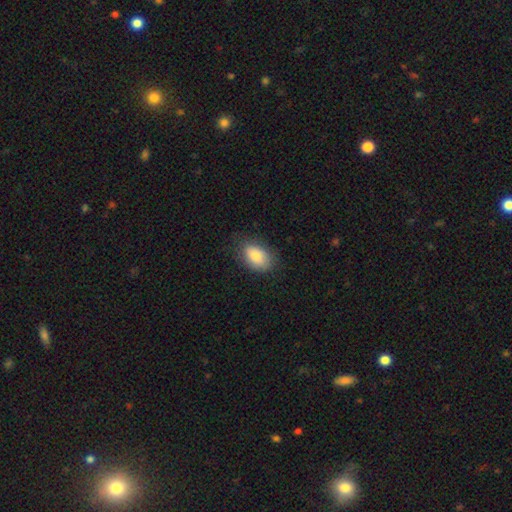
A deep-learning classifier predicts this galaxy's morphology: smooth_or_featured: smooth (p=0.86) [alt: featured or disk p=0.07]
how_rounded: in between (p=0.89) [alt: round p=0.09]
merging: none (p=0.78) [alt: minor disturbance p=0.17]